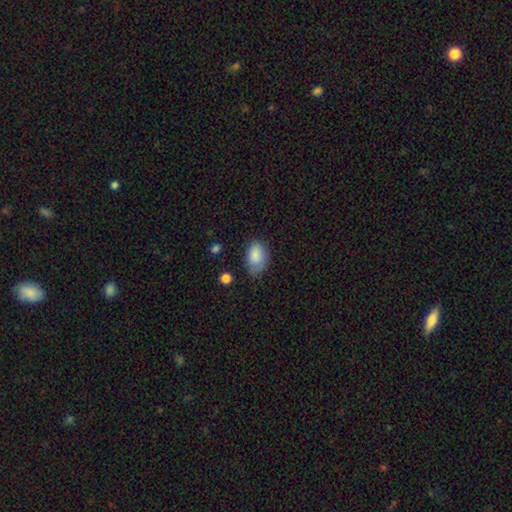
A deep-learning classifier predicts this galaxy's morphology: The model was most divided on "merging": none: 65%, minor disturbance: 27%, major disturbance: 6%, merger: 2%. More confident: how rounded — in between (89%); smooth or featured — smooth (86%).